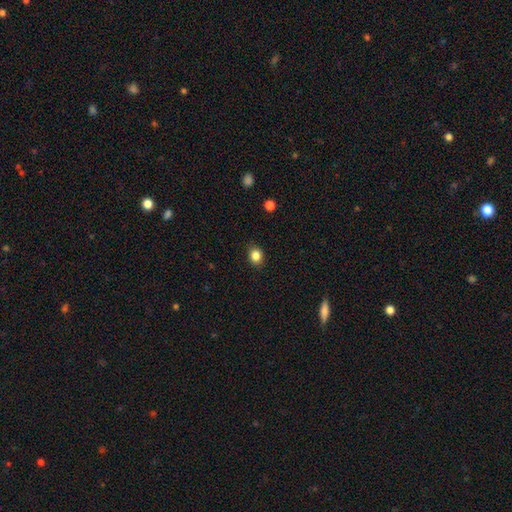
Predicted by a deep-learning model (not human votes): This appears to be a smooth galaxy with no disk features (84%) that is round (58%). Merging: none (87%).